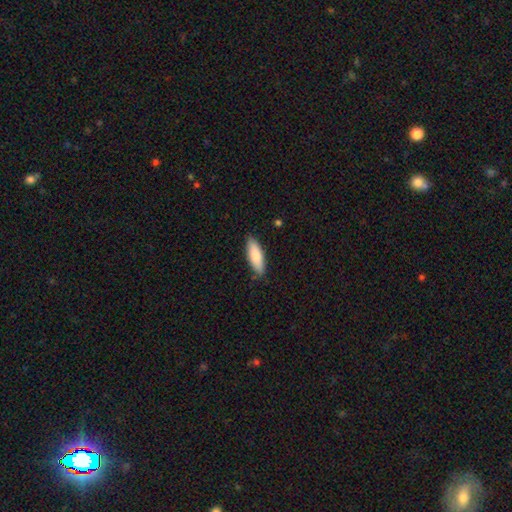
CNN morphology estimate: This is clearly a smooth galaxy (82%). How rounded: likely in between (60%). Merging: clearly none (85%).